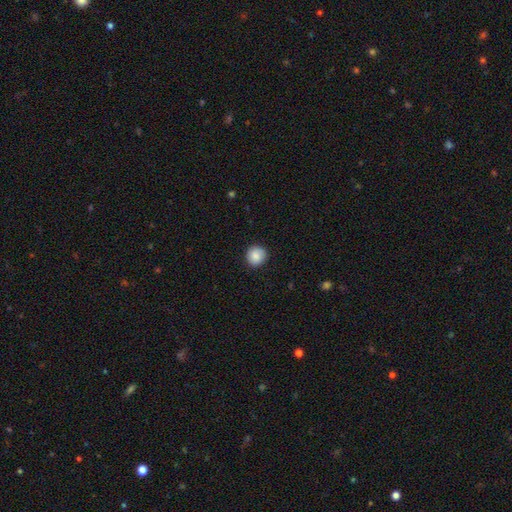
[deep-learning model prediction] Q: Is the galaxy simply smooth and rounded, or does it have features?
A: smooth — 86%.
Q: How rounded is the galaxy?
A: round — 90%.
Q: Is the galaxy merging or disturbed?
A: none — 86%.